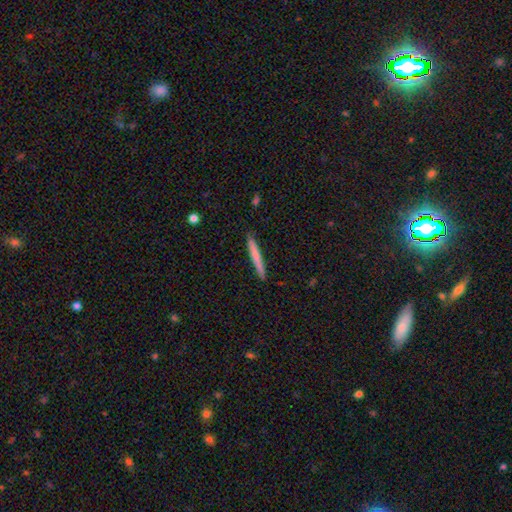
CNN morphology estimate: smooth_or_featured: smooth (p=0.70) [alt: featured or disk p=0.24]
how_rounded: cigar-shaped (p=0.97) [alt: in between p=0.02]
merging: none (p=0.91) [alt: minor disturbance p=0.07]